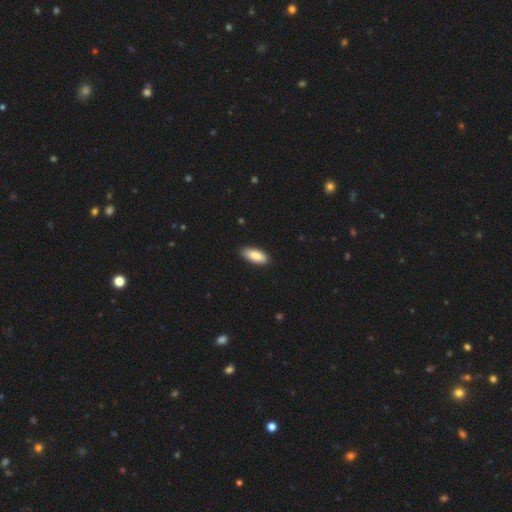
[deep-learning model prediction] smooth 86%, featured or disk 8%, star or artifact 6%. Down the decision tree: how rounded — in between (86%); merging — none (88%).